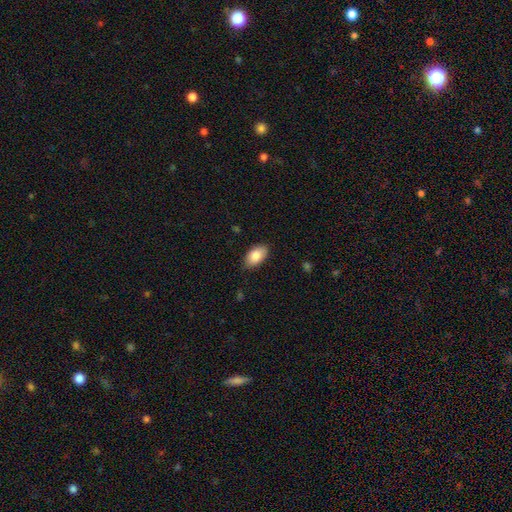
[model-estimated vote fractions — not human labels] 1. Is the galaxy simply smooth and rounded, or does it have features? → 84% smooth, 9% featured or disk, 7% star or artifact.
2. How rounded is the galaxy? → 94% in between, 5% round, 2% cigar-shaped.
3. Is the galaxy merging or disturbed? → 86% none, 11% minor disturbance, 2% major disturbance, 1% merger.